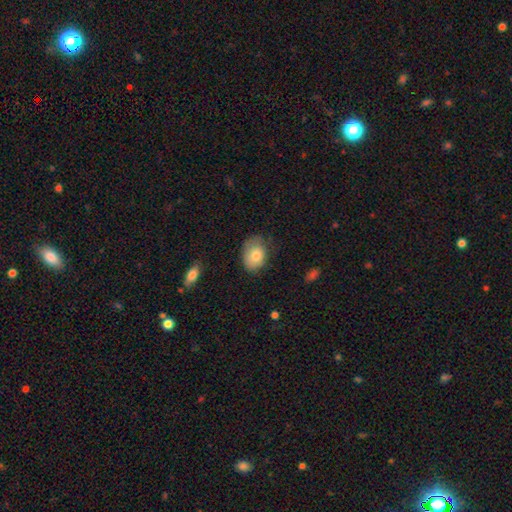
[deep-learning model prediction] smooth_or_featured: smooth (p=0.78) [alt: featured or disk p=0.14]
how_rounded: in between (p=0.73) [alt: round p=0.26]
merging: none (p=0.61) [alt: minor disturbance p=0.29]